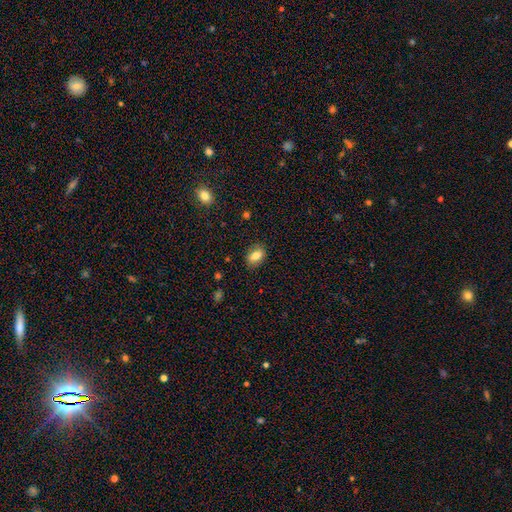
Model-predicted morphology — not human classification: type=smooth (80%); roundness=in between (84%); merging=none (84%).